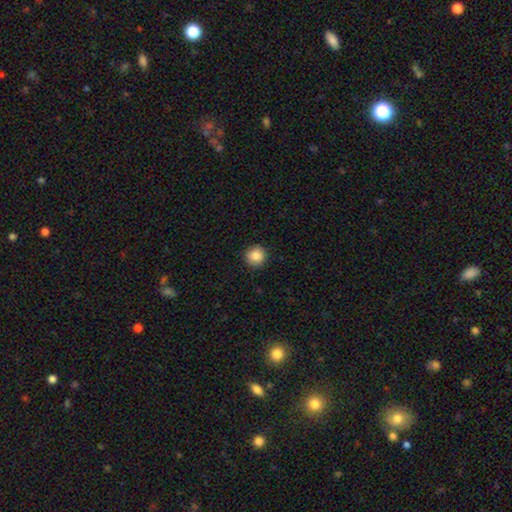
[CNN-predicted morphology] Smooth or featured? smooth (85%)
How rounded? round (93%)
Merging? none (91%)